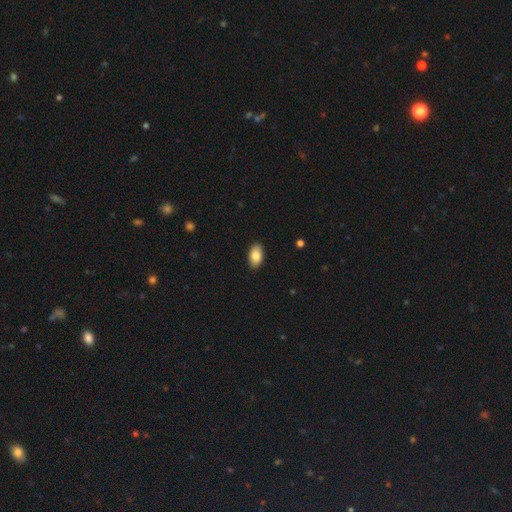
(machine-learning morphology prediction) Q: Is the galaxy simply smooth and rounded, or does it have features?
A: smooth — 85%.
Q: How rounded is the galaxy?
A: in between — 94%.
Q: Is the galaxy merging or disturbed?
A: none — 89%.